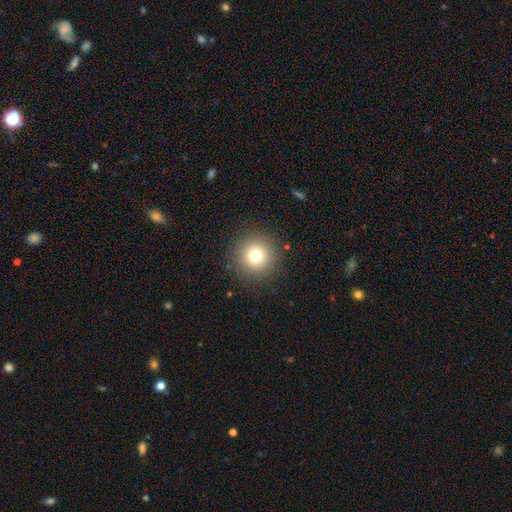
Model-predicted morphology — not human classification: A smooth galaxy with no disk features (77%) that is round (96%).

Vote fractions:
- Smooth or featured? smooth: 77% / star or artifact: 13% / featured or disk: 10%
- How rounded? round: 96% / in between: 3% / cigar-shaped: 1%
- Merging? none: 90% / minor disturbance: 6% / major disturbance: 3% / merger: 1%